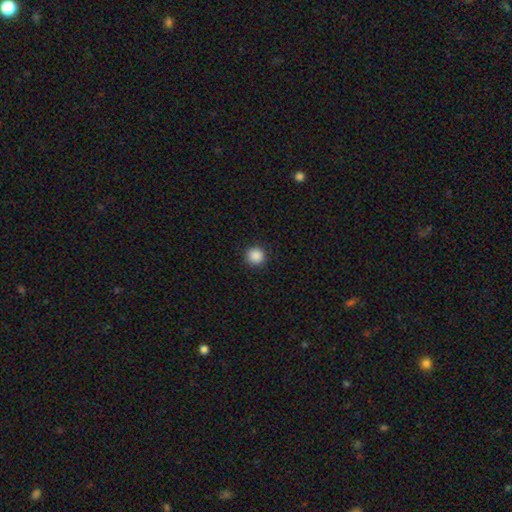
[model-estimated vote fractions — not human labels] A smooth galaxy with no disk features (88%) that is round (95%).

Vote fractions:
- Smooth or featured? smooth: 88% / star or artifact: 10% / featured or disk: 2%
- How rounded? round: 95% / in between: 4% / cigar-shaped: 1%
- Merging? none: 92% / minor disturbance: 5% / major disturbance: 2% / merger: 1%